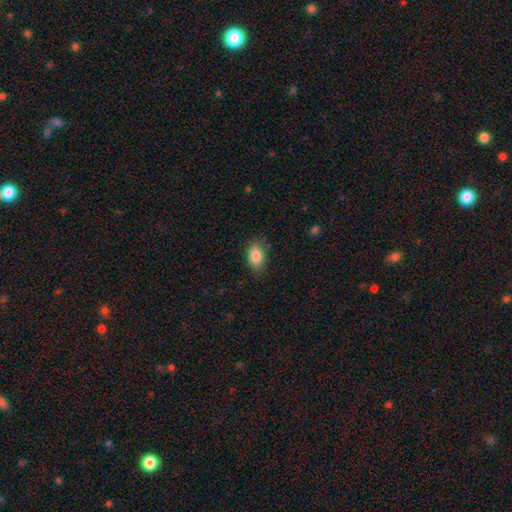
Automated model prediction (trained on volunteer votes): smooth_or_featured: smooth (p=0.86) [alt: star or artifact p=0.07]
how_rounded: in between (p=0.90) [alt: round p=0.08]
merging: none (p=0.78) [alt: minor disturbance p=0.17]